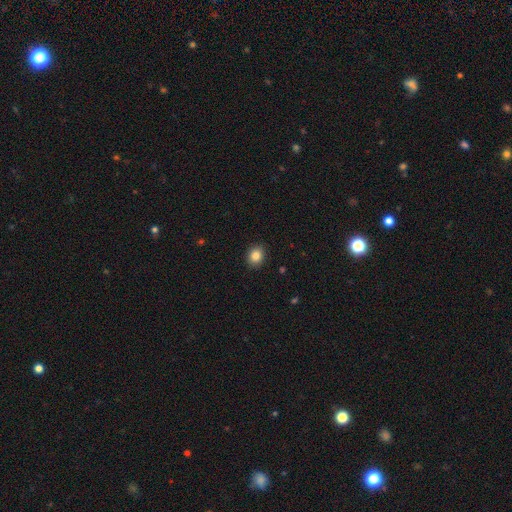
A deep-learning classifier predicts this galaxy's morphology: Q: Smooth or featured?
A: smooth (85%); runner-up: star or artifact (10%)
Q: How rounded?
A: round (58%); runner-up: in between (42%)
Q: Merging?
A: none (90%); runner-up: minor disturbance (7%)